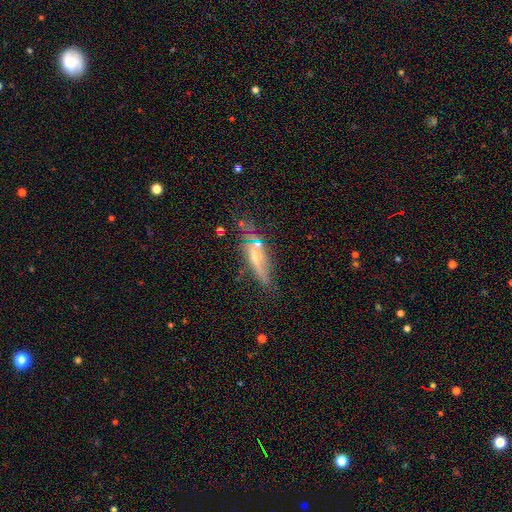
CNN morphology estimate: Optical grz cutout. It shows a featured or disk galaxy (55%) viewed edge-on (78%). Merging: none (66%).